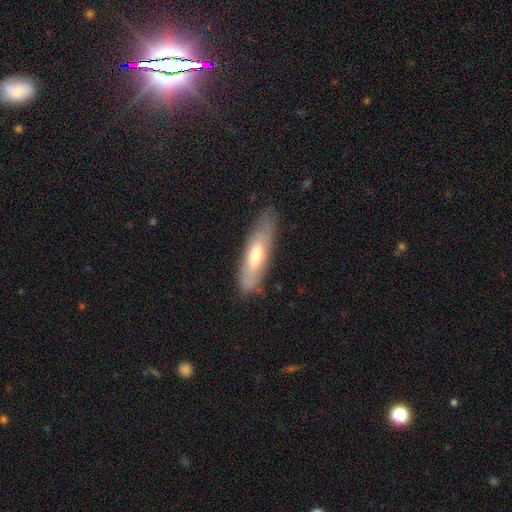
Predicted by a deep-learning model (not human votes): Q: Smooth or featured?
A: smooth (51%); runner-up: featured or disk (43%)
Q: How rounded?
A: cigar-shaped (62%); runner-up: in between (37%)
Q: Merging?
A: none (75%); runner-up: minor disturbance (19%)